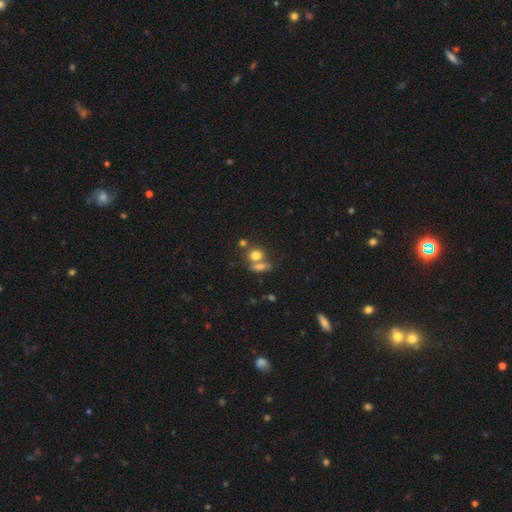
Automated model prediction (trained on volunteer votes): This is likely a smooth galaxy (75%). How rounded: likely round (62%). Merging: marginally none (45%).